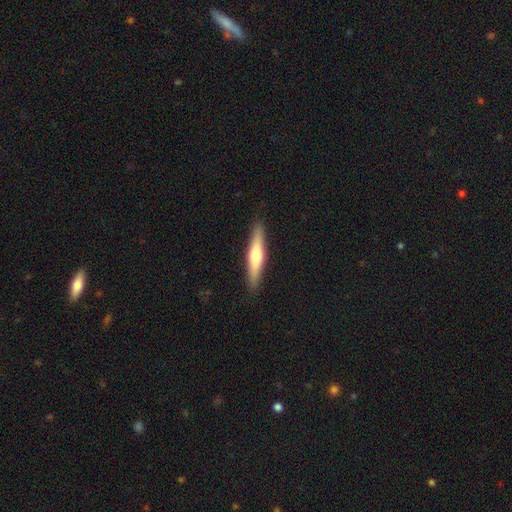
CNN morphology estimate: The model was most divided on "smooth or featured": smooth: 50%, featured or disk: 45%, star or artifact: 5%. More confident: merging — none (90%).